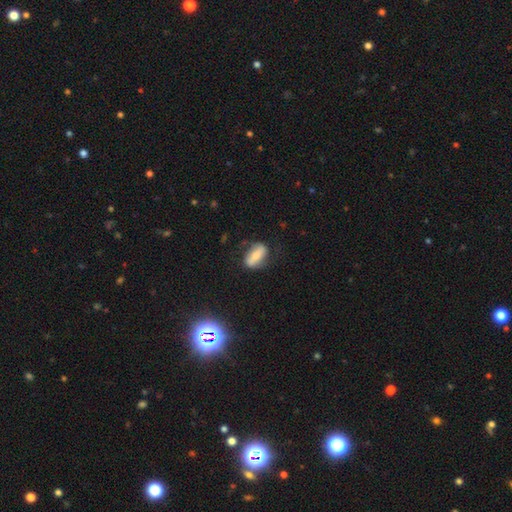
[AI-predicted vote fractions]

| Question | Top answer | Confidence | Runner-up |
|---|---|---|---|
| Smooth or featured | smooth | 48% | featured or disk (44%) |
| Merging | none | 67% | minor disturbance (21%) |